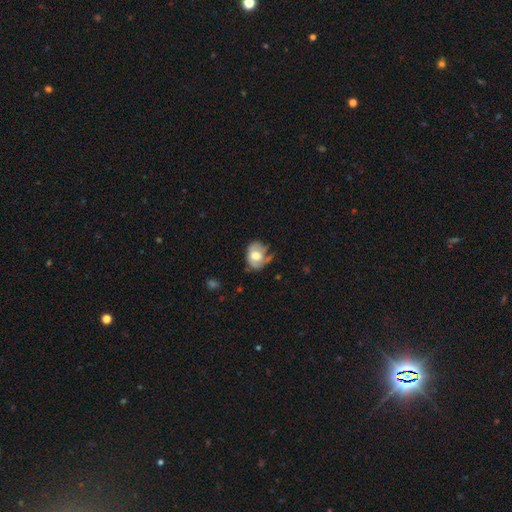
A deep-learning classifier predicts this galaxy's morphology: Smooth or featured? Predicted: smooth (p=0.53). How rounded? Predicted: in between (p=0.57). Merging? Predicted: none (p=0.36).